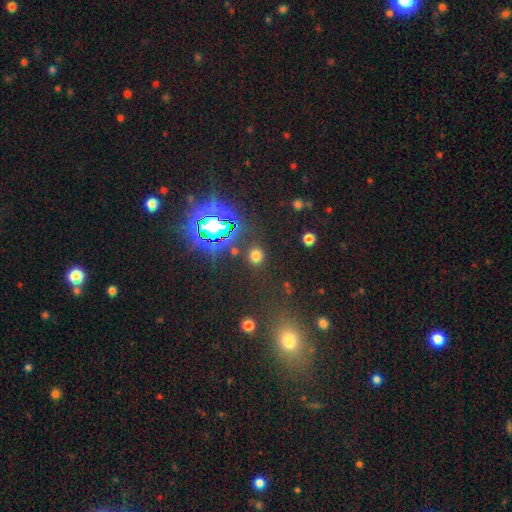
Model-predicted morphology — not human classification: A smooth galaxy with no disk features (67%) that is round (85%). Merging: none (87%).